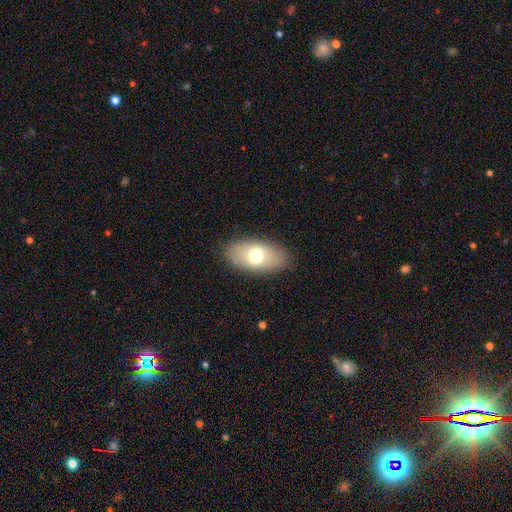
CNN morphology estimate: A smooth galaxy with no disk features (68%) that is in between round and cigar-shaped (91%).

Vote fractions:
- Smooth or featured? smooth: 68% / featured or disk: 25% / star or artifact: 8%
- How rounded? in between: 91% / round: 5% / cigar-shaped: 4%
- Merging? none: 86% / minor disturbance: 10% / major disturbance: 3% / merger: 1%